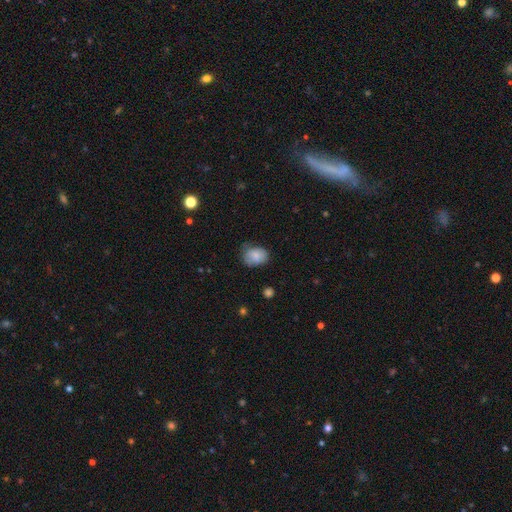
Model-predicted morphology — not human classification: Smooth or featured?
  - smooth: 80% *
  - featured or disk: 12%
  - star or artifact: 8%
How rounded?
  - in between: 64% *
  - round: 35%
  - cigar-shaped: 1%
Merging?
  - none: 59% *
  - minor disturbance: 31%
  - major disturbance: 8%
  - merger: 2%